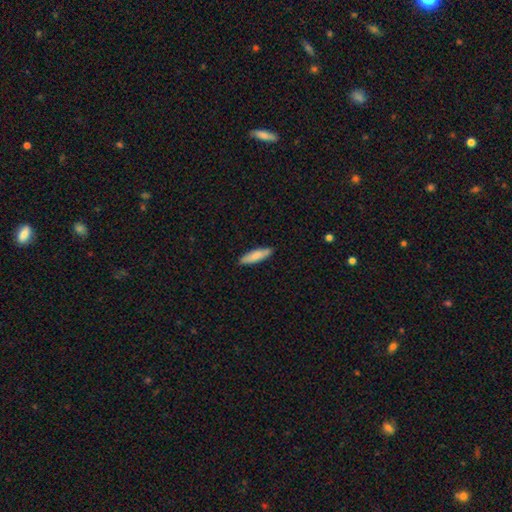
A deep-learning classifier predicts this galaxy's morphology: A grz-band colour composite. It shows a smooth galaxy with no disk features (83%) that is cigar-shaped (62%). Merging: none (86%).